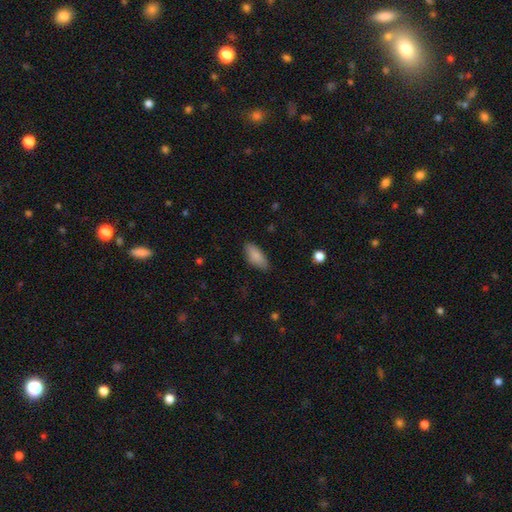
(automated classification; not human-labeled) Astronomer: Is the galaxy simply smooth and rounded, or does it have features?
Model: smooth — 85%.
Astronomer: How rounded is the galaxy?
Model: in between — 81%.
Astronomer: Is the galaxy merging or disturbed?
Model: none — 83%.